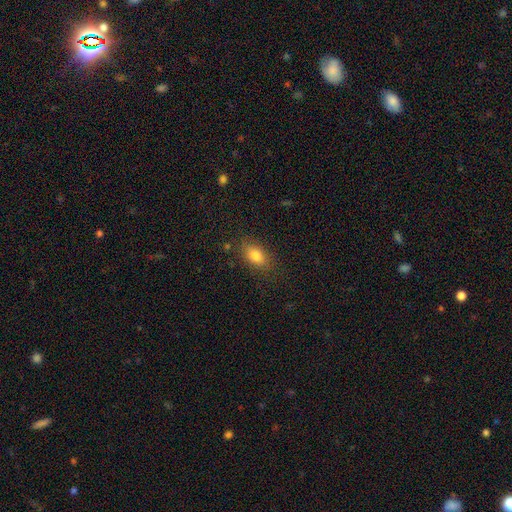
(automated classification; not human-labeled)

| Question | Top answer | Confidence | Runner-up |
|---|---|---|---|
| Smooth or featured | smooth | 83% | star or artifact (9%) |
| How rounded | in between | 85% | round (11%) |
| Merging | none | 82% | minor disturbance (13%) |